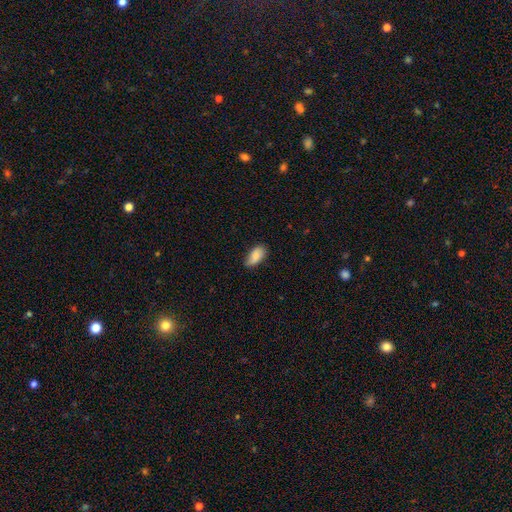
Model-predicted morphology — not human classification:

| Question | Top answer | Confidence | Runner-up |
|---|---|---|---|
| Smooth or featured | smooth | 81% | featured or disk (12%) |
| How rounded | in between | 93% | cigar-shaped (4%) |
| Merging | none | 71% | minor disturbance (24%) |